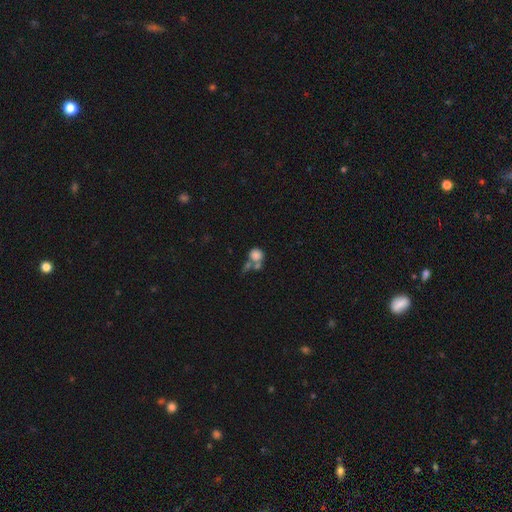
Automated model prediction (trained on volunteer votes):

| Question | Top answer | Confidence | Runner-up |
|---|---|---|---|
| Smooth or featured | smooth | 78% | featured or disk (11%) |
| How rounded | round | 81% | in between (18%) |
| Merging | merger | 47% | none (34%) |